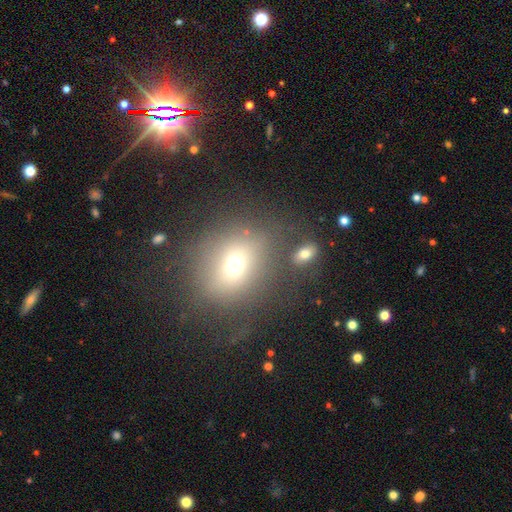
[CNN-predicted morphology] A smooth galaxy with no disk features (62%) that is round (66%).

Vote fractions:
- Smooth or featured? smooth: 62% / star or artifact: 22% / featured or disk: 16%
- How rounded? round: 66% / in between: 32% / cigar-shaped: 2%
- Merging? none: 70% / minor disturbance: 14% / major disturbance: 9% / merger: 7%